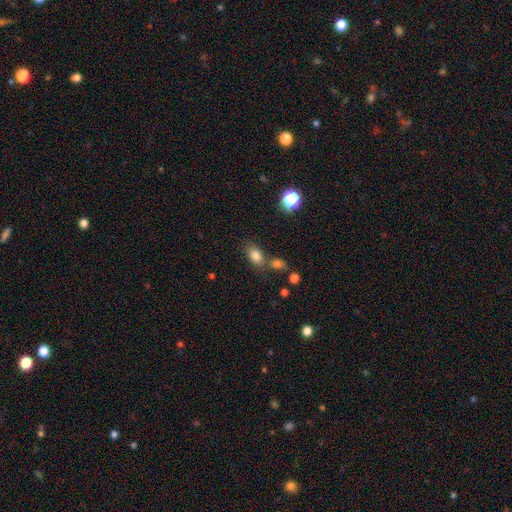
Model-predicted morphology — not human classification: This appears to be a smooth galaxy with no disk features (80%) that is in between round and cigar-shaped (84%). Merging: none (60%).